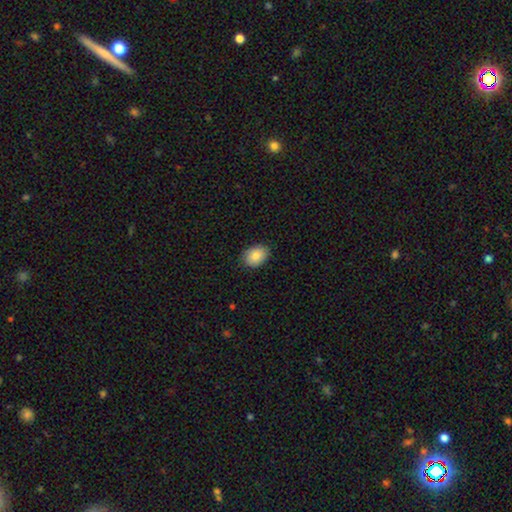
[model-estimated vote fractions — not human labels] This is clearly a smooth galaxy (85%). How rounded: likely in between (74%). Merging: clearly none (85%).